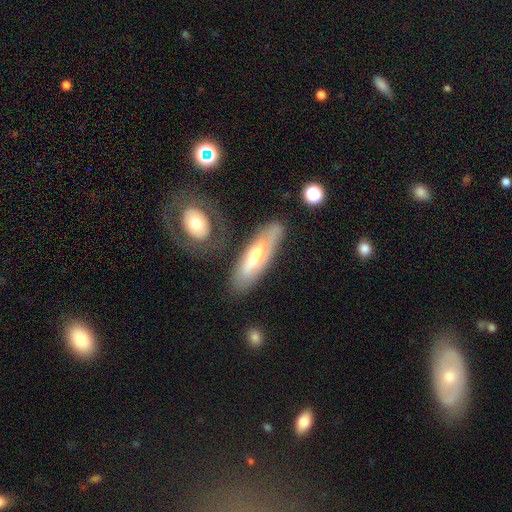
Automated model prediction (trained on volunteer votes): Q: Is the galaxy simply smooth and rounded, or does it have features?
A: smooth — 47%.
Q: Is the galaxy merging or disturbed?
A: none — 70%.